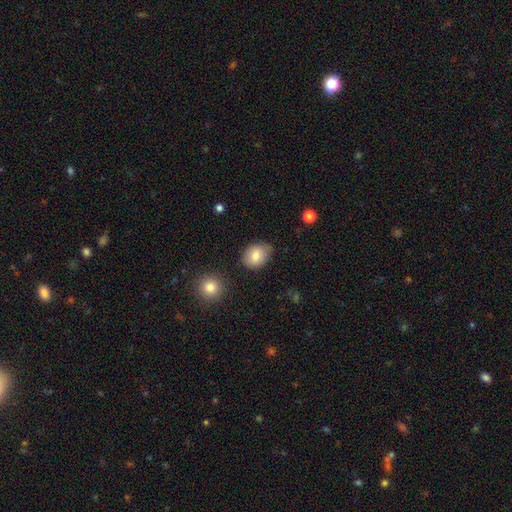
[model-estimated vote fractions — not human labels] Smooth or featured?
  - smooth: 80% *
  - featured or disk: 12%
  - star or artifact: 8%
How rounded?
  - in between: 55% *
  - round: 44%
  - cigar-shaped: 1%
Merging?
  - none: 73% *
  - minor disturbance: 20%
  - major disturbance: 4%
  - merger: 3%